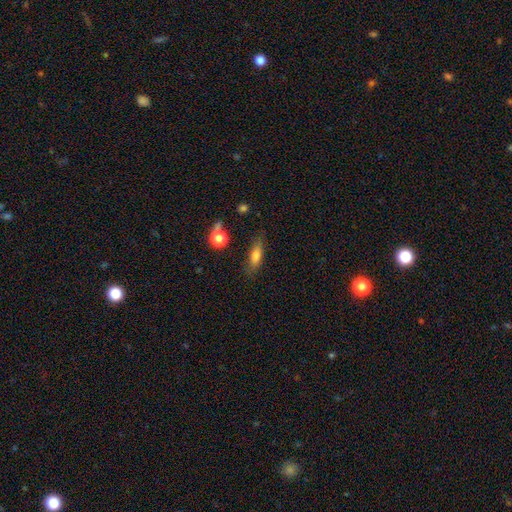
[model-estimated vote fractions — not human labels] This is likely a smooth galaxy (71%). How rounded: possibly in between (54%). Merging: likely none (76%).